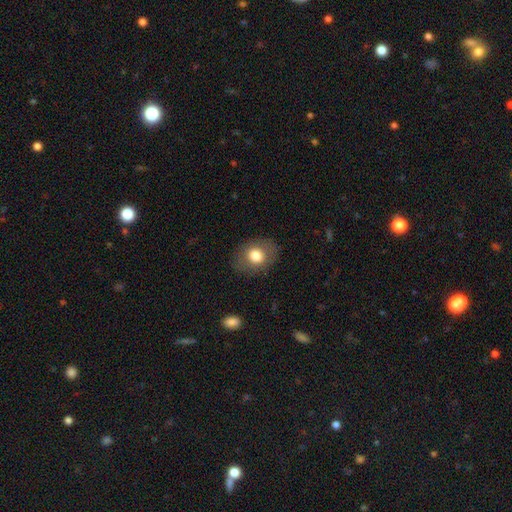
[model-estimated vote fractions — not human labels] A smooth galaxy with no disk features (76%) that is in between round and cigar-shaped (53%).

Vote fractions:
- Smooth or featured? smooth: 76% / featured or disk: 15% / star or artifact: 8%
- How rounded? in between: 53% / round: 46% / cigar-shaped: 1%
- Merging? none: 82% / minor disturbance: 12% / major disturbance: 5% / merger: 1%